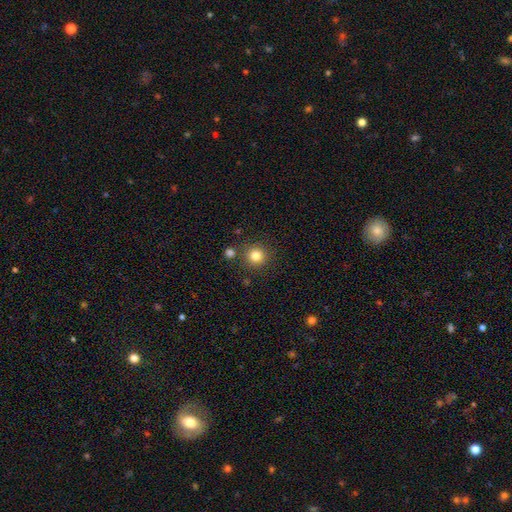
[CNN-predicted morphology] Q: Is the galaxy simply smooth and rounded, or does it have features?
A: smooth — 82%.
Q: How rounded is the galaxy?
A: round — 94%.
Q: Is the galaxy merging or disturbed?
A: none — 84%.